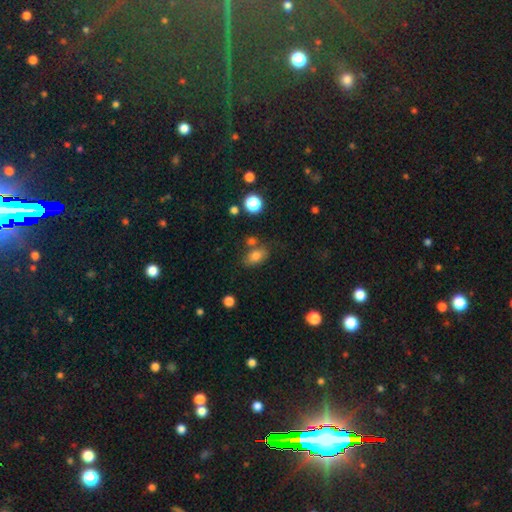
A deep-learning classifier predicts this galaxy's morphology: This appears to be a smooth galaxy with no disk features (78%) that is in between round and cigar-shaped (85%). Merging: none (64%).